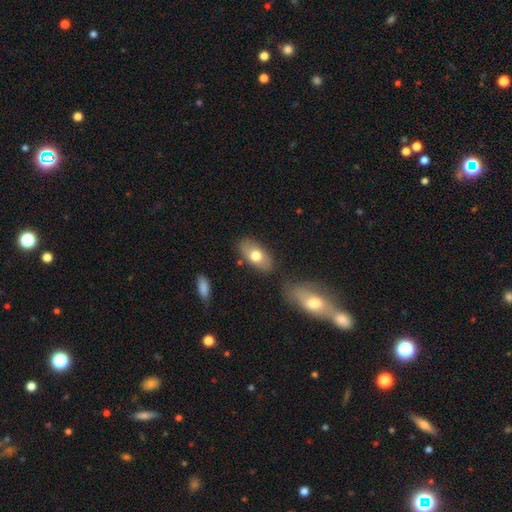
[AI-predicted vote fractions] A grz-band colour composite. It shows a smooth galaxy with no disk features (70%) that is in between round and cigar-shaped (91%). Merging: none (77%).